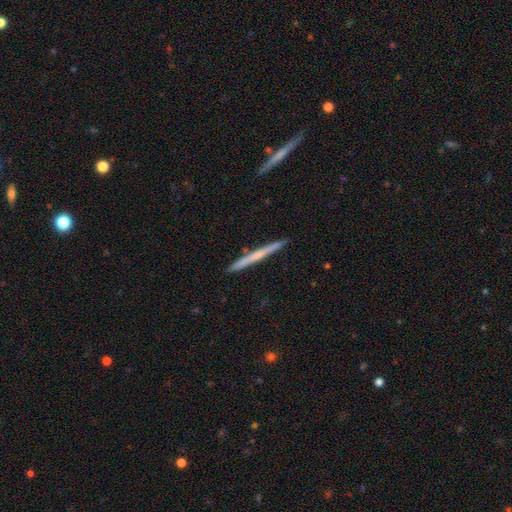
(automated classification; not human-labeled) smooth_or_featured: featured or disk (p=0.54) [alt: smooth p=0.41]
disk_edge_on: yes (p=0.98) [alt: no p=0.02]
edge_on_bulge: none (p=0.64) [alt: rounded p=0.30]
merging: none (p=0.91) [alt: minor disturbance p=0.06]